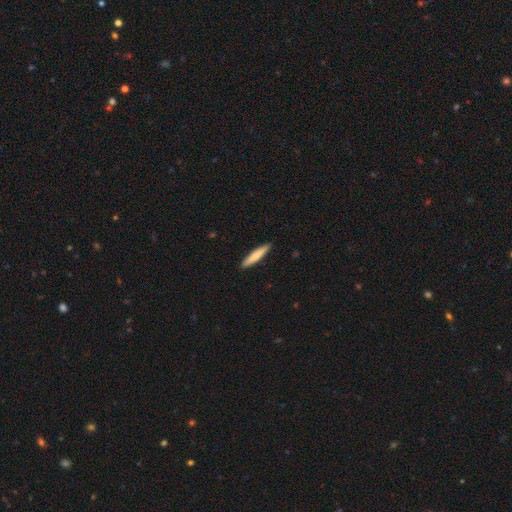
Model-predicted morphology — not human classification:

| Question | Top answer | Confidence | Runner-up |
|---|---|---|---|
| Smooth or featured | smooth | 76% | featured or disk (19%) |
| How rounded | cigar-shaped | 90% | in between (8%) |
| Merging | none | 92% | minor disturbance (6%) |